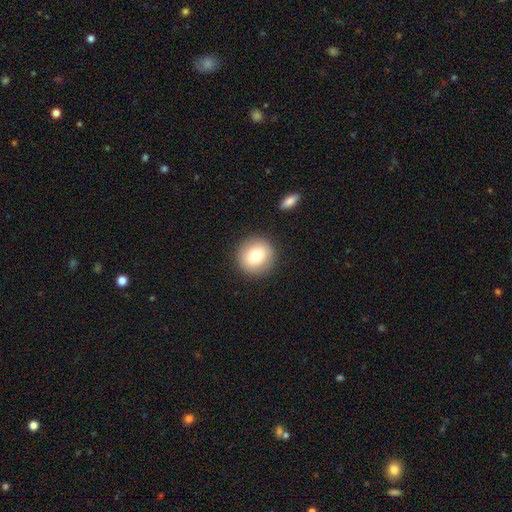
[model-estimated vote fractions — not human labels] This appears to be a smooth galaxy with no disk features (76%) that is round (92%). Merging: none (90%).